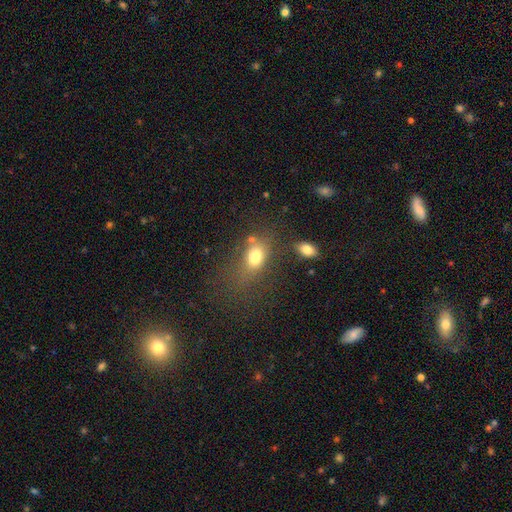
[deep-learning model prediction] Smooth or featured: smooth — 73% (featured or disk — 14%)
How rounded: in between — 79% (round — 17%)
Merging: none — 41% (minor disturbance — 20%)